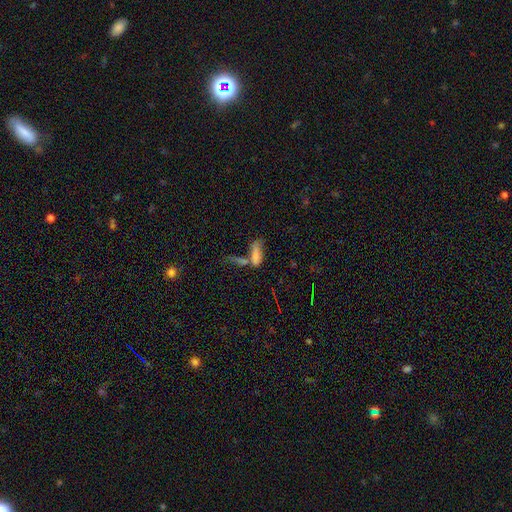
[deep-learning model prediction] Smooth or featured: smooth — 68% (featured or disk — 18%)
How rounded: in between — 65% (cigar-shaped — 31%)
Merging: merger — 53% (none — 21%)